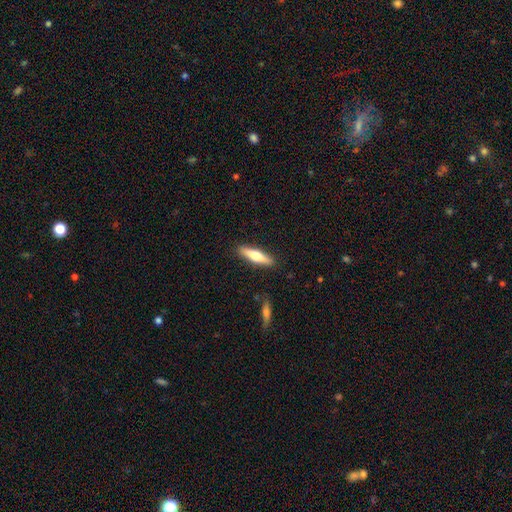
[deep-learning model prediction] Morphology: type=smooth (54%); roundness=cigar-shaped (77%); merging=none (89%).